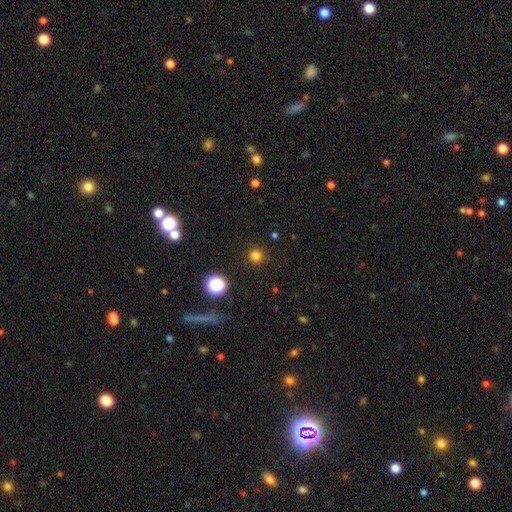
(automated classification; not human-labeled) Smooth or featured: smooth — 78% (star or artifact — 18%)
How rounded: round — 95% (in between — 4%)
Merging: none — 91% (minor disturbance — 6%)